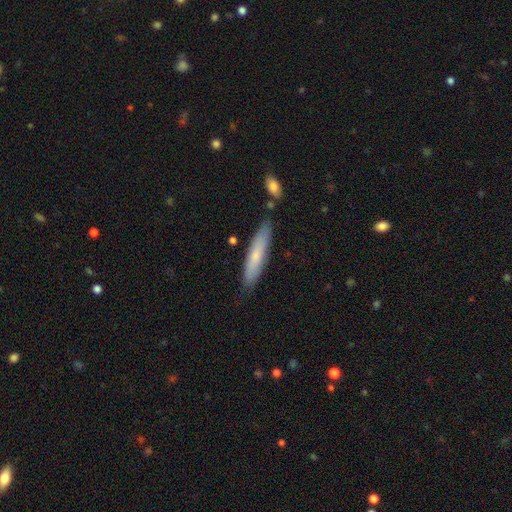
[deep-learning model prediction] A smooth galaxy with no disk features (67%) that is cigar-shaped (84%).

Vote fractions:
- Smooth or featured? smooth: 67% / featured or disk: 27% / star or artifact: 6%
- How rounded? cigar-shaped: 84% / in between: 14% / round: 1%
- Merging? none: 81% / minor disturbance: 13% / merger: 4% / major disturbance: 2%